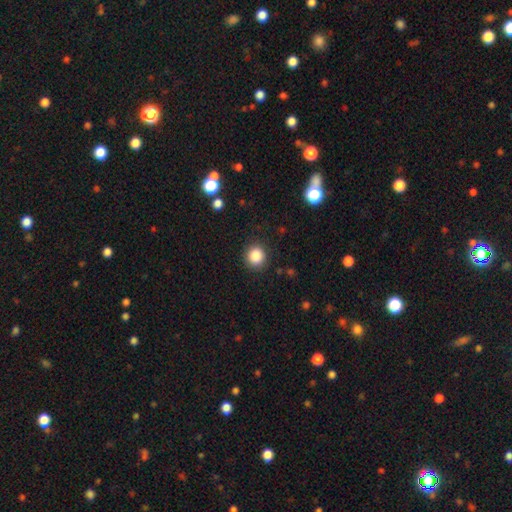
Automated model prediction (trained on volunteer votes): Smooth or featured: smooth — 86% (star or artifact — 10%)
How rounded: round — 88% (in between — 11%)
Merging: none — 89% (minor disturbance — 7%)